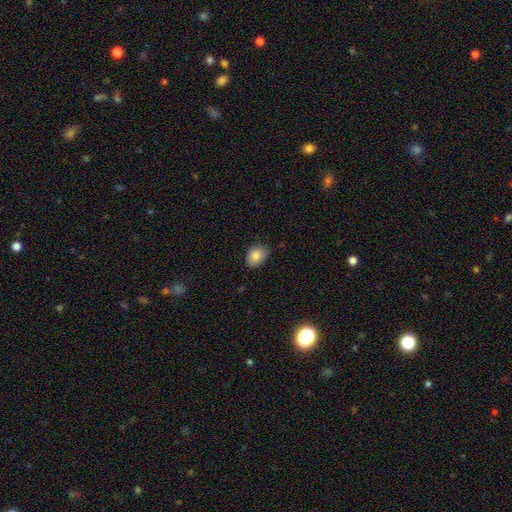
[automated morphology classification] A smooth galaxy with no disk features (85%) that is in between round and cigar-shaped (76%).

Vote fractions:
- Smooth or featured? smooth: 85% / star or artifact: 8% / featured or disk: 7%
- How rounded? in between: 76% / round: 23% / cigar-shaped: 1%
- Merging? none: 82% / minor disturbance: 15% / major disturbance: 2% / merger: 1%